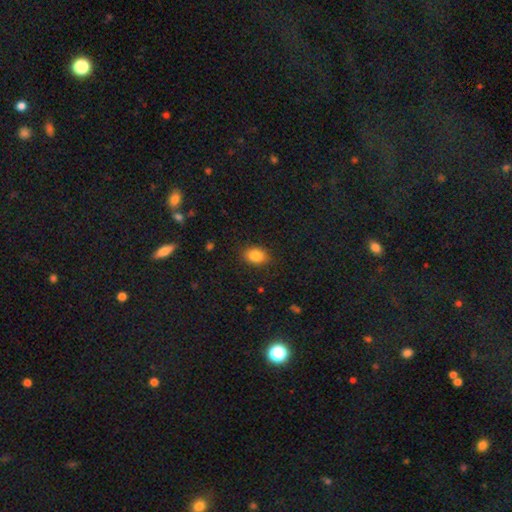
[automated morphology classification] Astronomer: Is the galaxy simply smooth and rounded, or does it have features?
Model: smooth — 85%.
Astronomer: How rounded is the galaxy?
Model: in between — 71%.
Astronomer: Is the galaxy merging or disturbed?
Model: none — 85%.